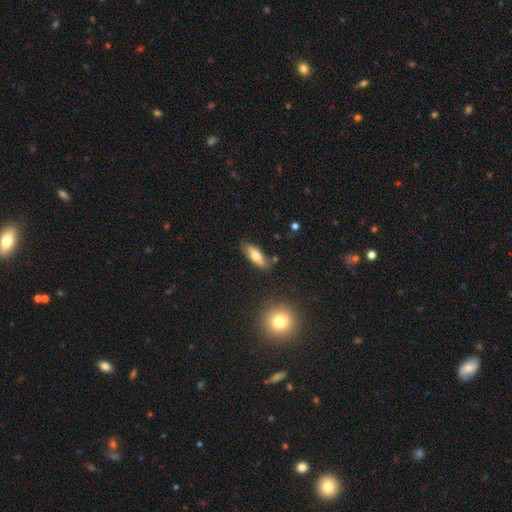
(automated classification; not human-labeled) Morphology: type=smooth (67%); roundness=in between (63%); merging=none (78%).